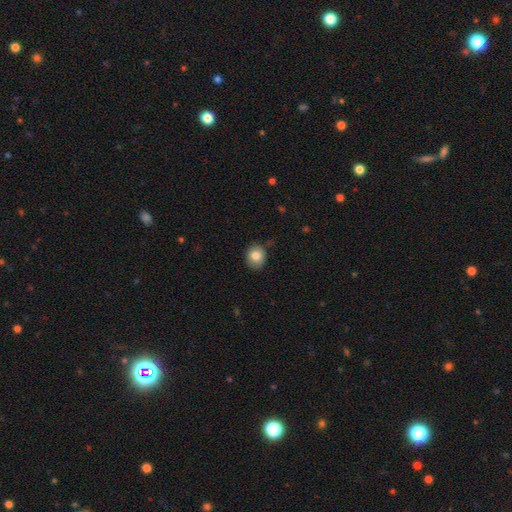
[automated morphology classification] A smooth galaxy with no disk features (82%) that is round (66%).

Vote fractions:
- Smooth or featured? smooth: 82% / featured or disk: 10% / star or artifact: 9%
- How rounded? round: 66% / in between: 33% / cigar-shaped: 1%
- Merging? none: 83% / minor disturbance: 13% / major disturbance: 2% / merger: 2%